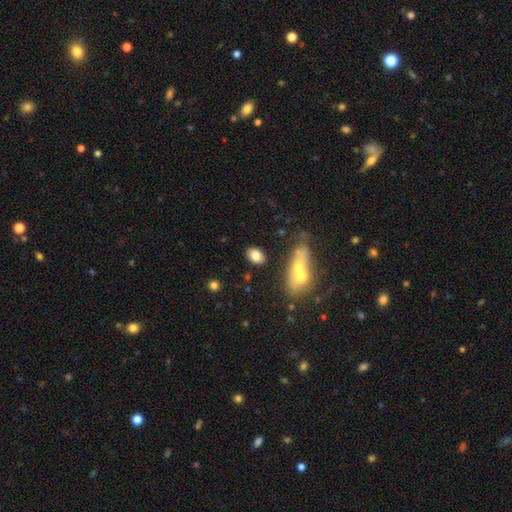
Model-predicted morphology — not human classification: Q: Smooth or featured?
A: smooth (80%); runner-up: featured or disk (11%)
Q: How rounded?
A: in between (84%); runner-up: round (14%)
Q: Merging?
A: none (79%); runner-up: minor disturbance (11%)